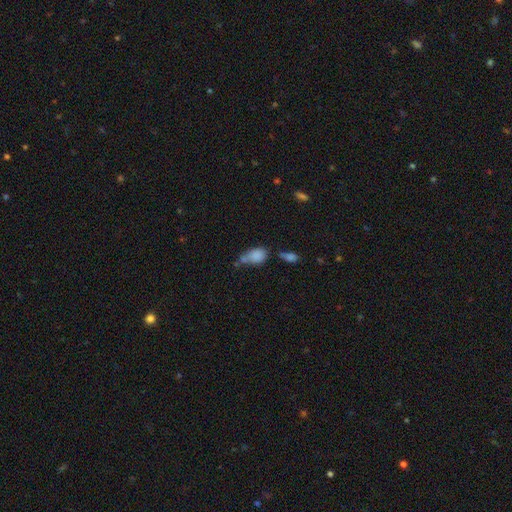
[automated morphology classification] This is clearly a smooth galaxy (81%). How rounded: likely in between (74%). Merging: marginally merger (37%).